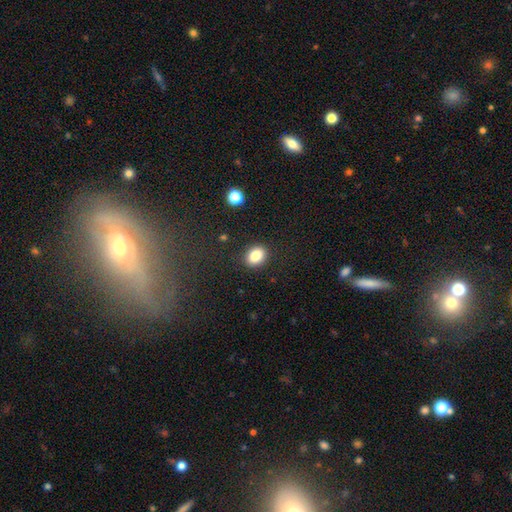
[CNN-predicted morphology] Smooth or featured? Predicted: smooth (p=0.85). How rounded? Predicted: in between (p=0.64). Merging? Predicted: none (p=0.88).